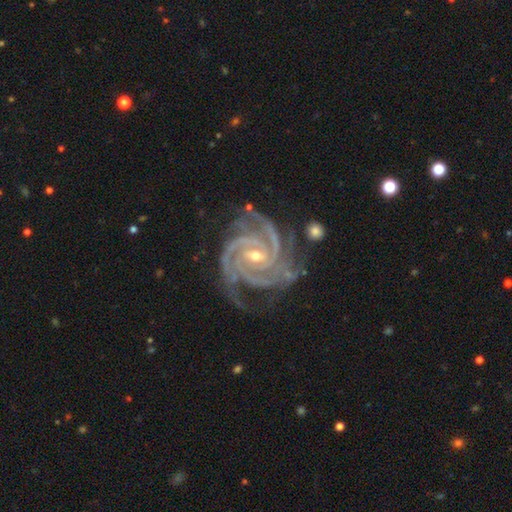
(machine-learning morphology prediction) The model was most divided on "spiral arm count": 4: 37%, 3: 33%, 2: 10%, more than 4: 8%, can't tell: 7%, 1: 6%. Remaining: spiral arms — yes (99%); edge-on disk — no (98%); smooth or featured — featured or disk (94%); spiral winding — tight (74%); merging — none (70%); bulge size — small (55%); bar — weak (42%).